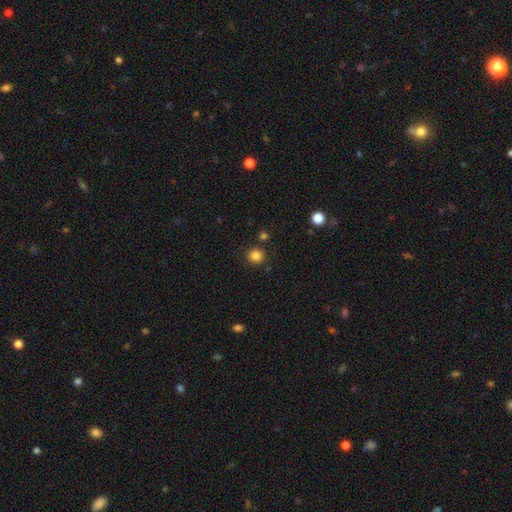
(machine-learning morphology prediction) Smooth or featured? smooth (84%)
How rounded? round (93%)
Merging? none (87%)